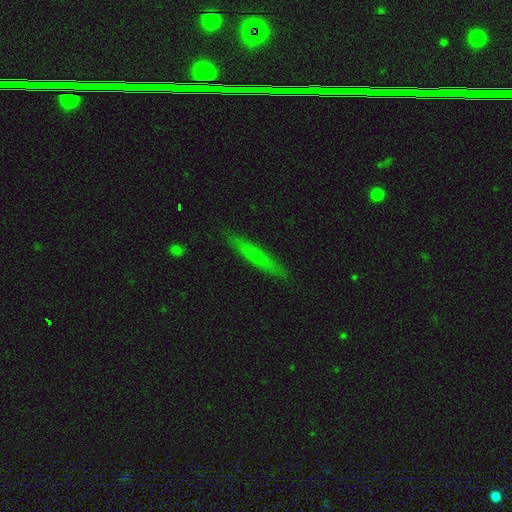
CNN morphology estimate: smooth_or_featured: smooth (p=0.52) [alt: featured or disk p=0.40]
how_rounded: cigar-shaped (p=0.93) [alt: in between p=0.06]
merging: none (p=0.89) [alt: minor disturbance p=0.08]